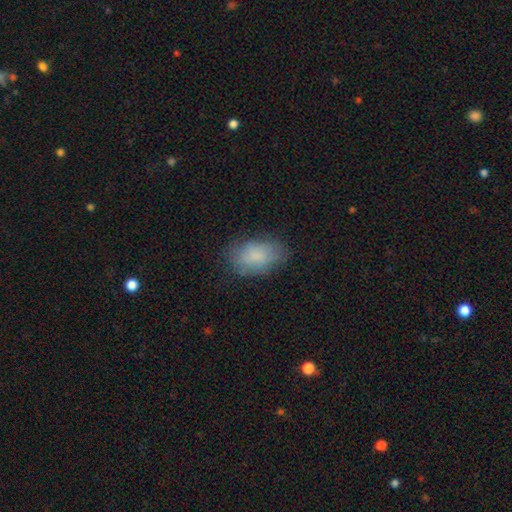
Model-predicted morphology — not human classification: Overall: smooth (81%). How rounded: in between (90%). Merging: none (74%).